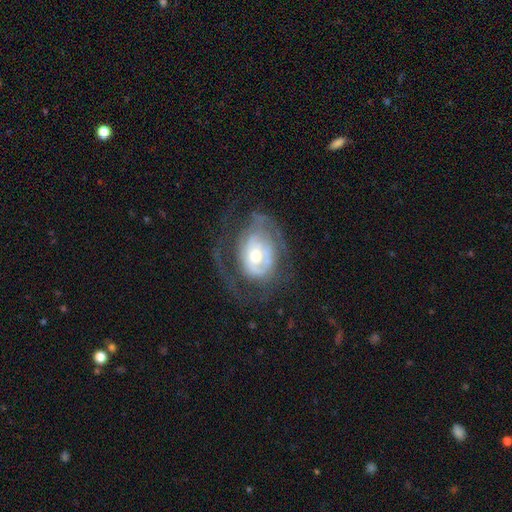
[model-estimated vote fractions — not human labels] Smooth or featured: featured or disk — 77% (smooth — 17%)
Edge-on disk: no — 96% (yes — 4%)
Bar: no — 62% (weak — 28%)
Spiral arms: yes — 76% (no — 24%)
Spiral winding: tight — 51% (medium — 32%)
Spiral arm count: can't tell — 40% (2 — 29%)
Bulge size: moderate — 60% (small — 29%)
Merging: none — 50% (major disturbance — 29%)